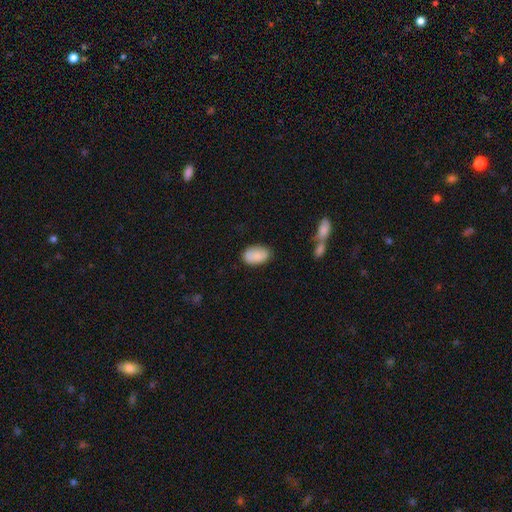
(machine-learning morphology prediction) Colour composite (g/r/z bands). It shows a smooth galaxy with no disk features (84%) that is in between round and cigar-shaped (92%). Merging: none (78%).